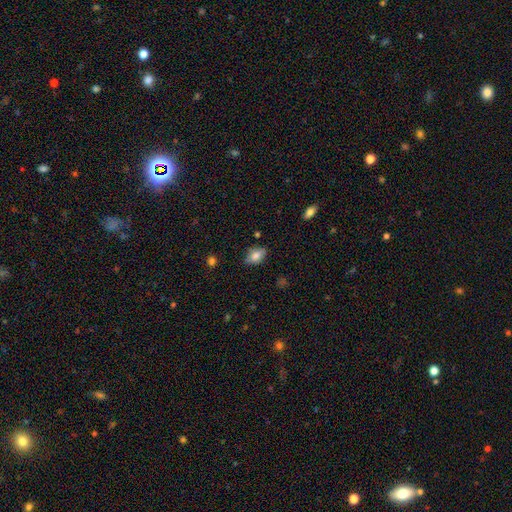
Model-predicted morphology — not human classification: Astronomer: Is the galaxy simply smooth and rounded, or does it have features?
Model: smooth — 75%.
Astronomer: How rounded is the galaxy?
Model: in between — 81%.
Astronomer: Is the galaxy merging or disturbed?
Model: none — 71%.